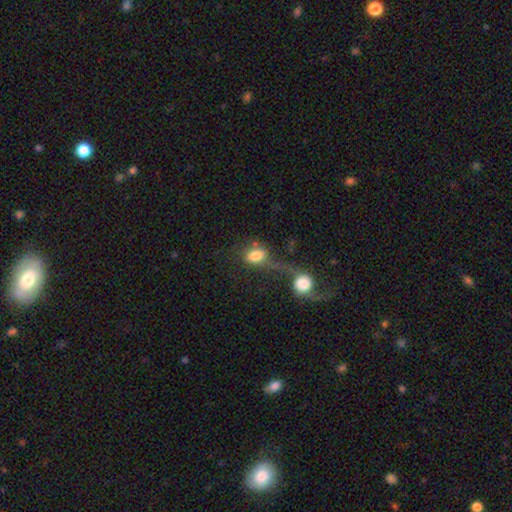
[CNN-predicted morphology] The model was most divided on "merging": merger: 38%, none: 26%, major disturbance: 23%, minor disturbance: 13%. More confident: how rounded — in between (78%); smooth or featured — smooth (73%).